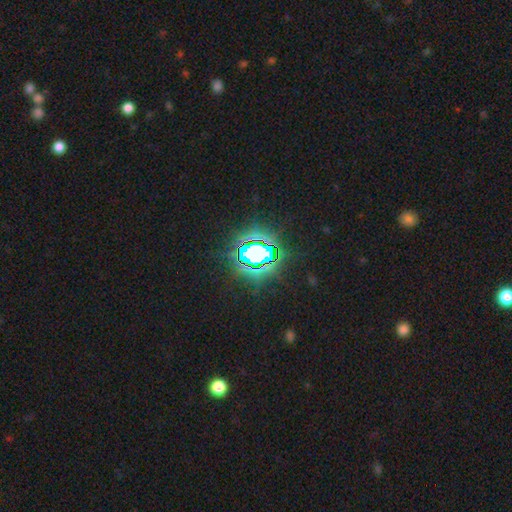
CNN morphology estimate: star or artifact 76%, smooth 15%, featured or disk 10%.